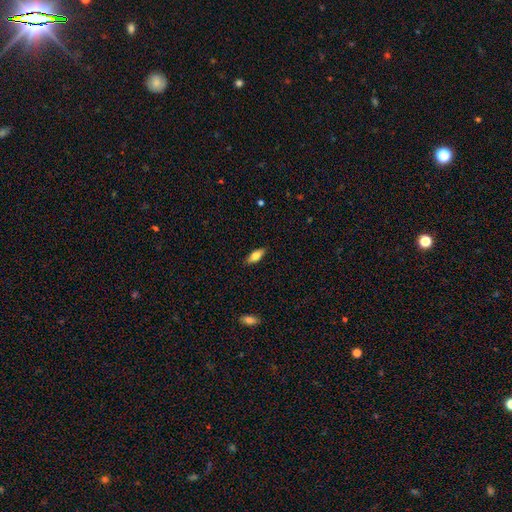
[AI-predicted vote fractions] Q: Smooth or featured?
A: smooth (74%); runner-up: featured or disk (19%)
Q: How rounded?
A: in between (79%); runner-up: cigar-shaped (19%)
Q: Merging?
A: none (87%); runner-up: minor disturbance (10%)